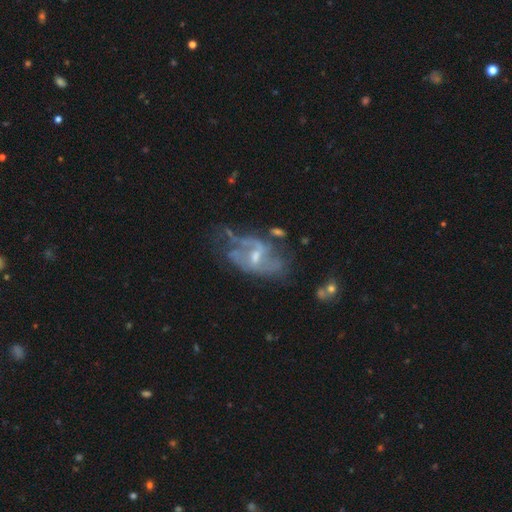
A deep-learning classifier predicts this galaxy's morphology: smooth-or-featured: featured or disk: 77% | smooth: 13% | star or artifact: 10%
  disk-edge-on: no: 95% | yes: 5%
    bar: weak: 51% | no: 33% | strong: 17%
    has-spiral-arms: yes: 73% | no: 27%
      spiral-winding: medium: 41% | loose: 38% | tight: 21%
      spiral-arm-count: 2: 49% | can't tell: 32% | 3: 7% | 1: 7% | 4: 3% | more than 4: 2%
    bulge-size: small: 48% | moderate: 43% | none: 6% | large: 2% | dominant: 1%
  merging: none: 41% | major disturbance: 27% | minor disturbance: 24% | merger: 8%